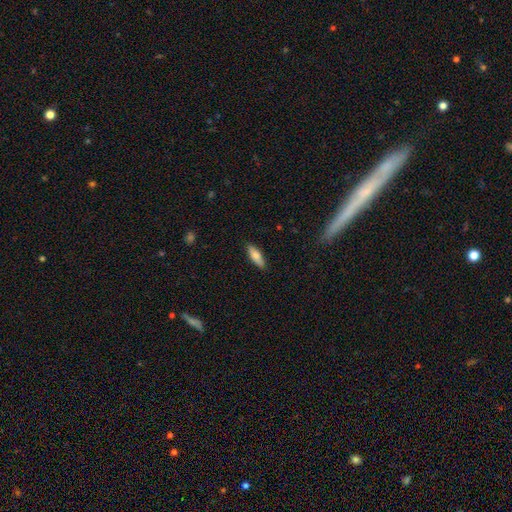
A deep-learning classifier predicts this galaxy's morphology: smooth_or_featured: smooth (p=0.80) [alt: featured or disk p=0.14]
how_rounded: in between (p=0.54) [alt: cigar-shaped p=0.45]
merging: none (p=0.86) [alt: minor disturbance p=0.11]